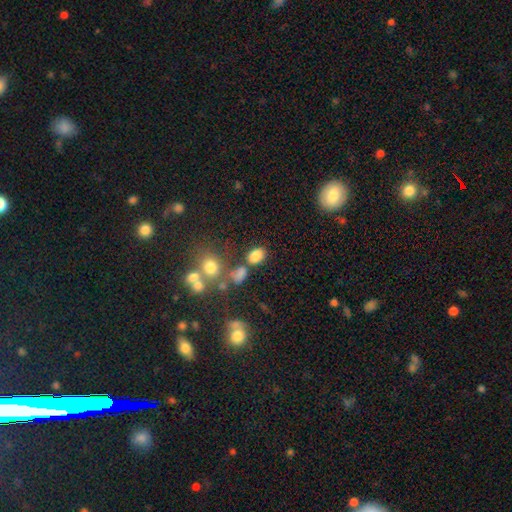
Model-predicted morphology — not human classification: A smooth galaxy with no disk features (79%) that is in between round and cigar-shaped (80%). Merging: none (65%).